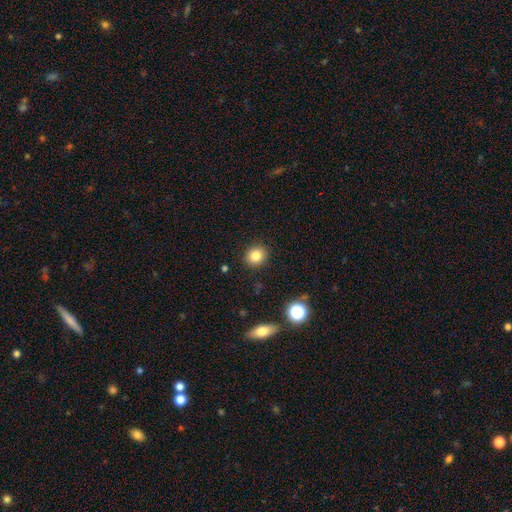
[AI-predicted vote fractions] Overall: smooth (83%). How rounded: round (82%). Merging: none (90%).